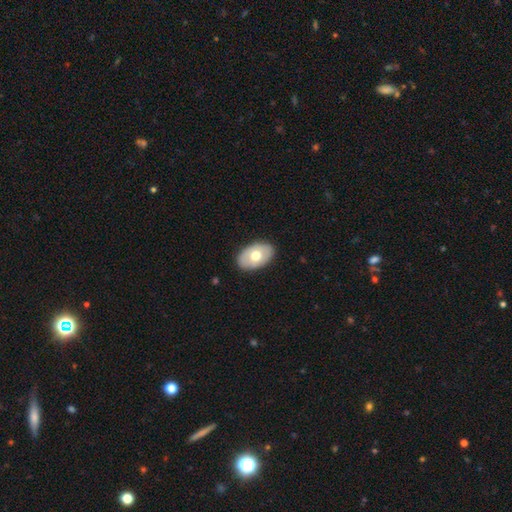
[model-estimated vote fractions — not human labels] This is likely a smooth galaxy (63%). How rounded: clearly in between (90%). Merging: clearly none (88%).